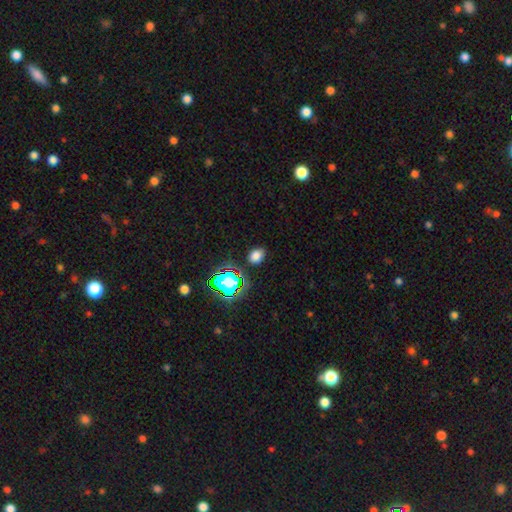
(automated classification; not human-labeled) The model was most divided on "how rounded": in between: 62%, round: 37%, cigar-shaped: 1%. More confident: merging — none (82%); smooth or featured — smooth (73%).